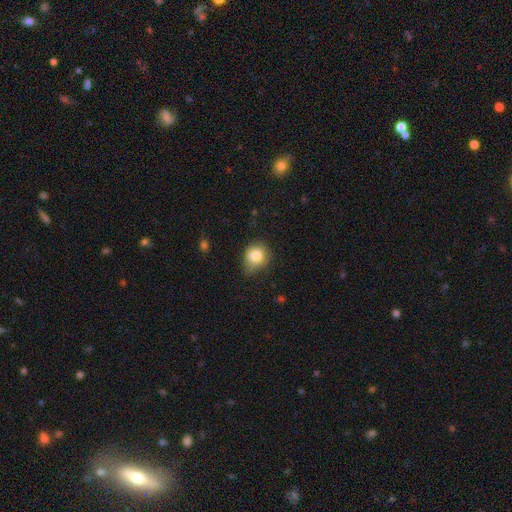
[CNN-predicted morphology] smooth_or_featured: smooth (p=0.82) [alt: star or artifact p=0.10]
how_rounded: round (p=0.71) [alt: in between p=0.28]
merging: none (p=0.57) [alt: minor disturbance p=0.34]